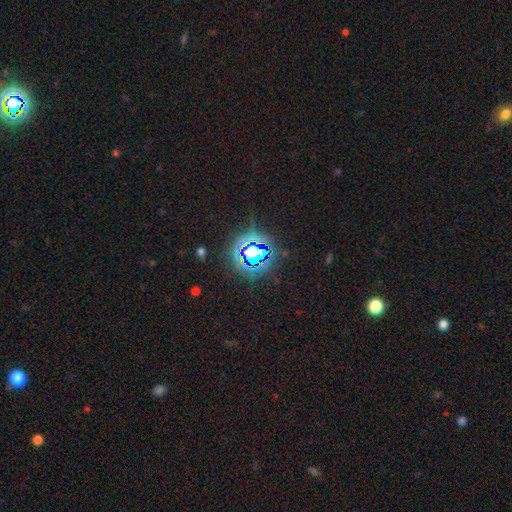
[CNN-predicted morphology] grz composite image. It shows a star or artifact, not a galaxy (80%).